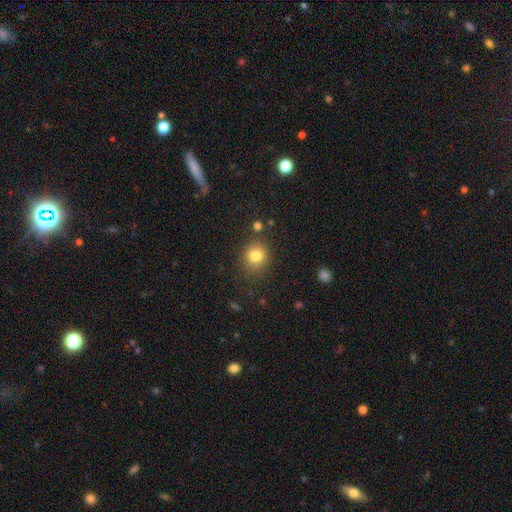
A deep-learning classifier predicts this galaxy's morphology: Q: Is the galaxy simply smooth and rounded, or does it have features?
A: smooth — 81%.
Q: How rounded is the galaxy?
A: round — 79%.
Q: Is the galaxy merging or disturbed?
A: none — 81%.